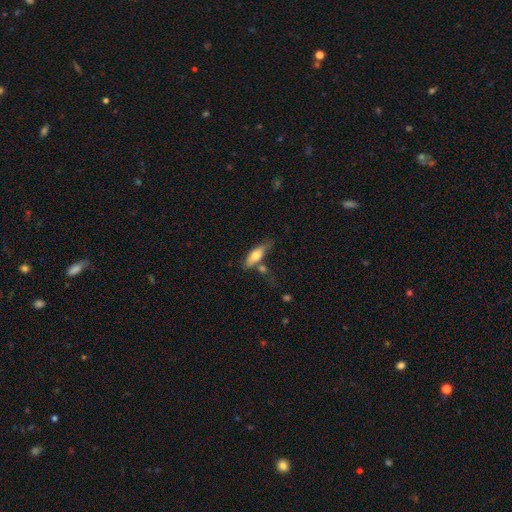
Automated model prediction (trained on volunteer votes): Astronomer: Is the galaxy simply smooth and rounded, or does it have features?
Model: smooth — 65%.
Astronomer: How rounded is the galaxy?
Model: in between — 58% (runner-up: cigar-shaped, 39%).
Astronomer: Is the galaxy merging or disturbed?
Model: none — 53%.